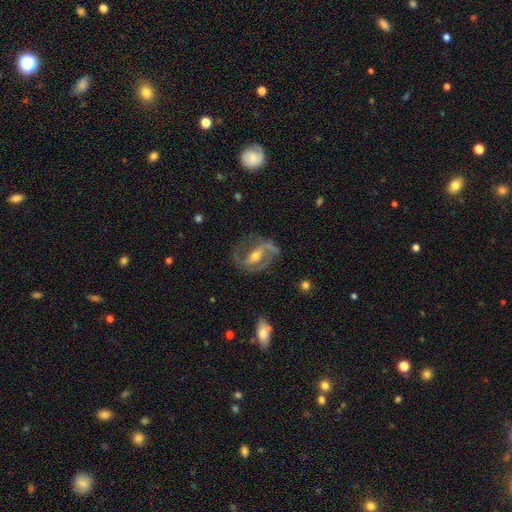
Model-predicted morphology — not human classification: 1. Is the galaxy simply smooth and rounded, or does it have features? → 85% featured or disk, 9% smooth, 6% star or artifact.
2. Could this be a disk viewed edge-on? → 96% no, 4% yes.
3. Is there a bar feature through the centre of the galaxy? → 41% strong, 38% weak, 21% no.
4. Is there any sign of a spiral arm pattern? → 92% yes, 8% no.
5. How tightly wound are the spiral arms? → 53% medium, 25% loose, 22% tight.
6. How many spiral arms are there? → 83% 2, 6% can't tell, 4% 3, 4% 1, 1% 4, 1% more than 4.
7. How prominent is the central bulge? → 59% moderate, 34% small, 4% large, 2% none, 1% dominant.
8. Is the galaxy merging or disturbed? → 69% none, 17% minor disturbance, 13% major disturbance, 2% merger.